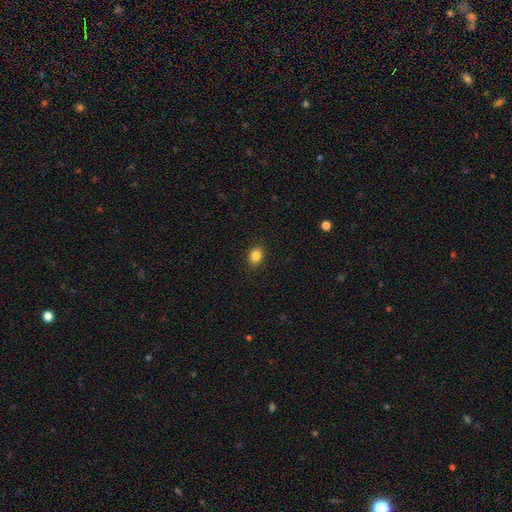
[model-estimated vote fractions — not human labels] Smooth or featured? Predicted: smooth (p=0.84). How rounded? Predicted: in between (p=0.53). Merging? Predicted: none (p=0.90).